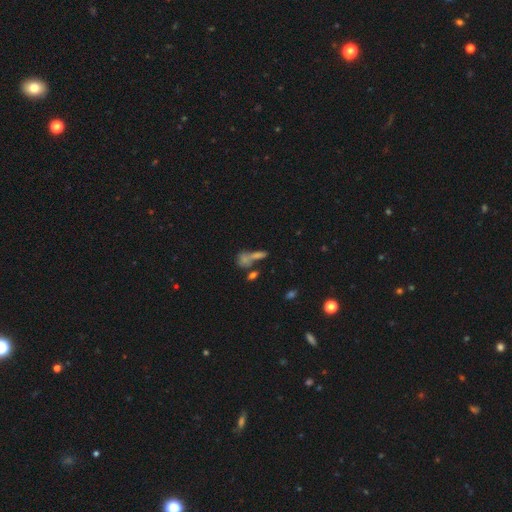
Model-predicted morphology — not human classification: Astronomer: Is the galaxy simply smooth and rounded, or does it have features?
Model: smooth — 51%.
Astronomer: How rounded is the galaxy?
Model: in between — 48% (runner-up: round, 27%).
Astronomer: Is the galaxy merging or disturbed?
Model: merger — 41% (runner-up: none, 39%).